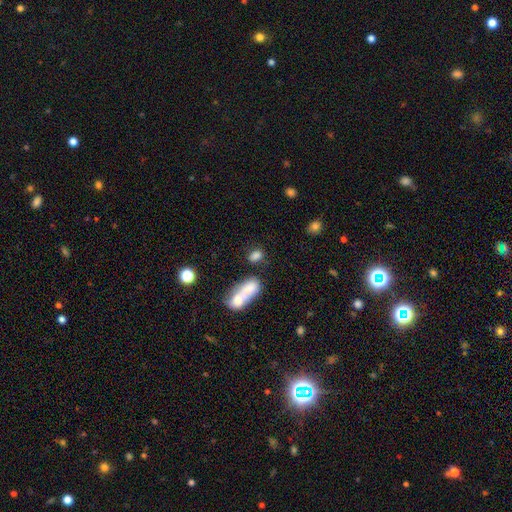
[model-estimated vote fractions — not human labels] The model was most divided on "merging": merger: 41%, none: 39%, minor disturbance: 12%, major disturbance: 7%. More confident: how rounded — in between (77%); smooth or featured — smooth (76%).